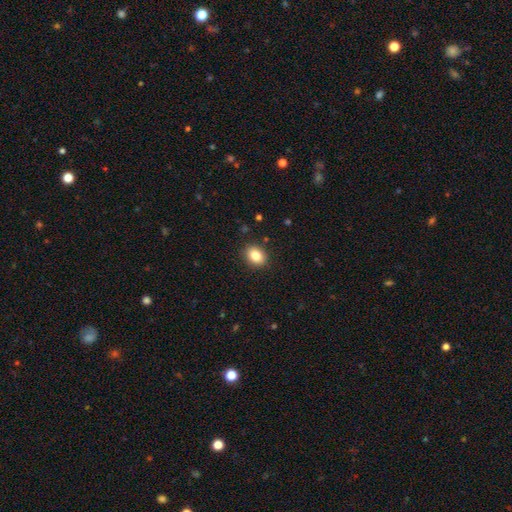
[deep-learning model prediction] A smooth galaxy with no disk features (84%) that is in between round and cigar-shaped (58%). Merging: none (89%).